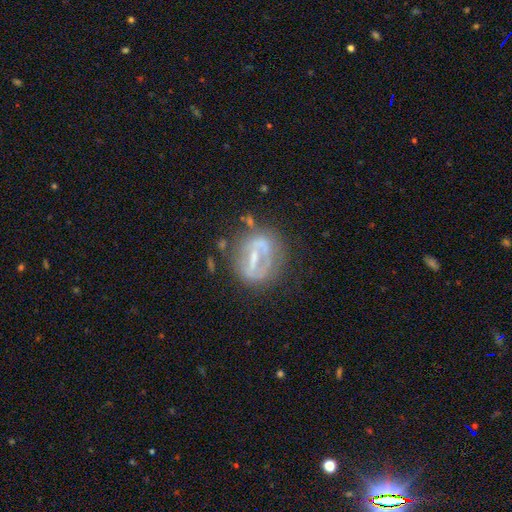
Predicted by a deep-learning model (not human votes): The model was most divided on "bulge size": small: 45%, moderate: 28%, none: 22%, large: 4%, dominant: 2%. More confident: edge-on disk — no (91%); smooth or featured — featured or disk (68%); spiral arms — no (65%); merging — none (65%); bar — strong (62%).